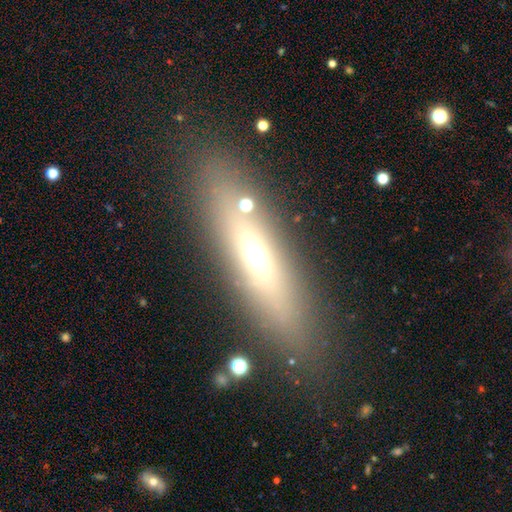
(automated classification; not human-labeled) Smooth or featured: smooth — 46% (featured or disk — 41%)
Merging: none — 81% (minor disturbance — 11%)